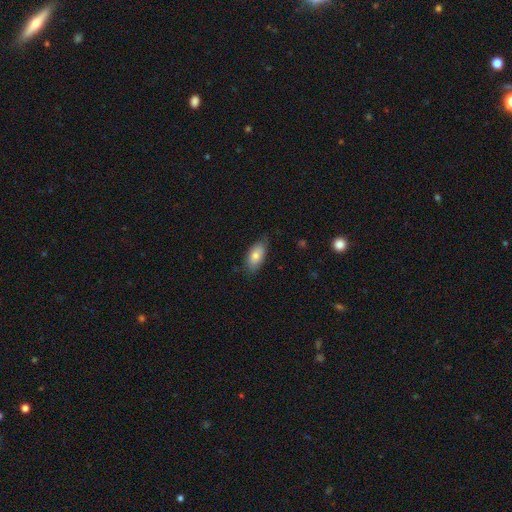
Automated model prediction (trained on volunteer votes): Q: Smooth or featured?
A: smooth (78%); runner-up: featured or disk (16%)
Q: How rounded?
A: in between (91%); runner-up: cigar-shaped (5%)
Q: Merging?
A: none (77%); runner-up: minor disturbance (19%)